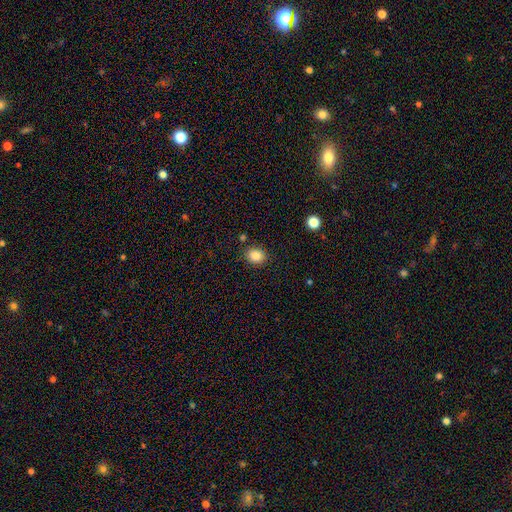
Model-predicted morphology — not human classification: This is clearly a smooth galaxy (86%). How rounded: possibly round (54%). Merging: clearly none (85%).